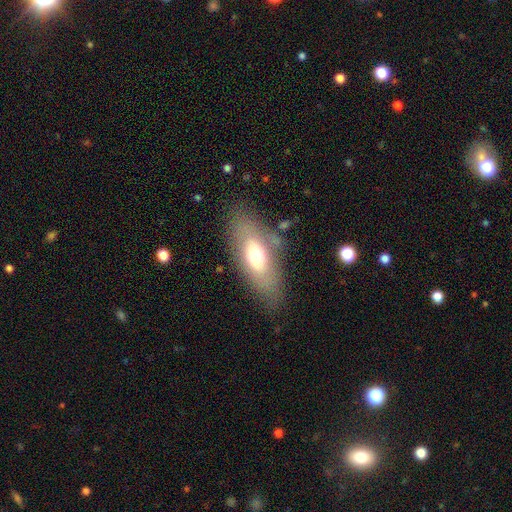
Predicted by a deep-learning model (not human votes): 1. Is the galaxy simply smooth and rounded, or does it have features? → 58% smooth, 33% featured or disk, 8% star or artifact.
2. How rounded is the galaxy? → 79% in between, 17% cigar-shaped, 4% round.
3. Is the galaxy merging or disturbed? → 75% none, 15% minor disturbance, 7% major disturbance, 3% merger.